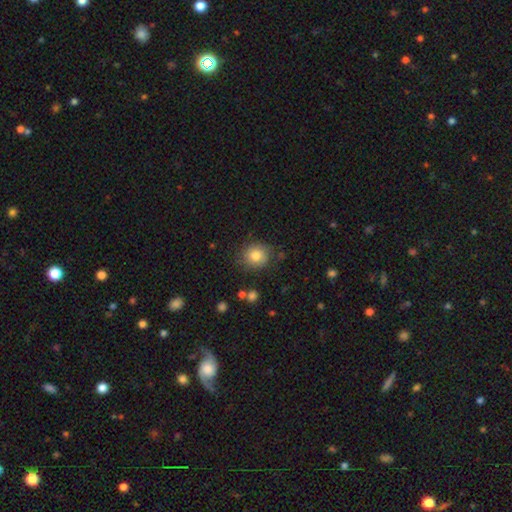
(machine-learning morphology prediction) type=smooth (80%); roundness=round (85%); merging=none (81%).